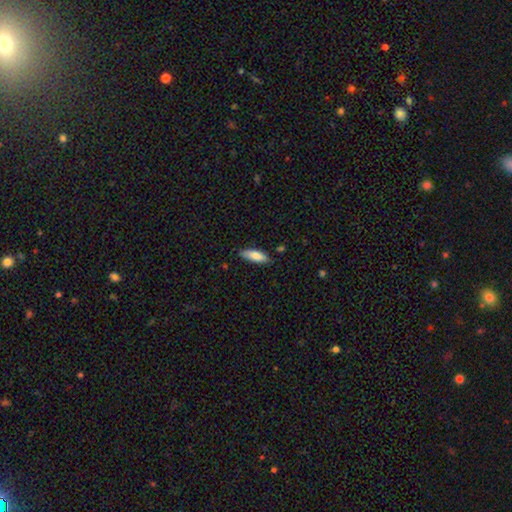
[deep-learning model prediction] This is clearly a smooth galaxy (82%). How rounded: possibly in between (56%). Merging: clearly none (82%).